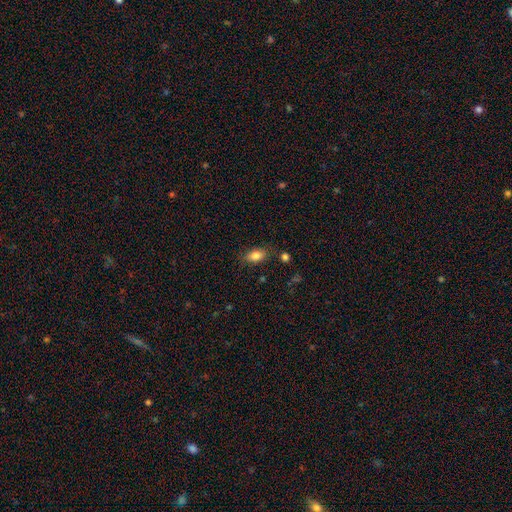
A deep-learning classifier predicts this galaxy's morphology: smooth_or_featured: smooth (p=0.84) [alt: star or artifact p=0.08]
how_rounded: in between (p=0.88) [alt: round p=0.08]
merging: none (p=0.80) [alt: minor disturbance p=0.13]